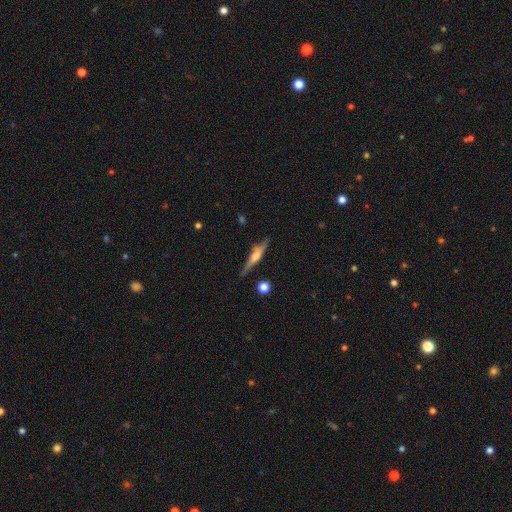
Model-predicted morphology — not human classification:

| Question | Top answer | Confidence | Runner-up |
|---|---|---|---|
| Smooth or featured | featured or disk | 63% | smooth (31%) |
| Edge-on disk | yes | 94% | no (6%) |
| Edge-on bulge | rounded | 78% | boxy (14%) |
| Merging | none | 76% | minor disturbance (17%) |